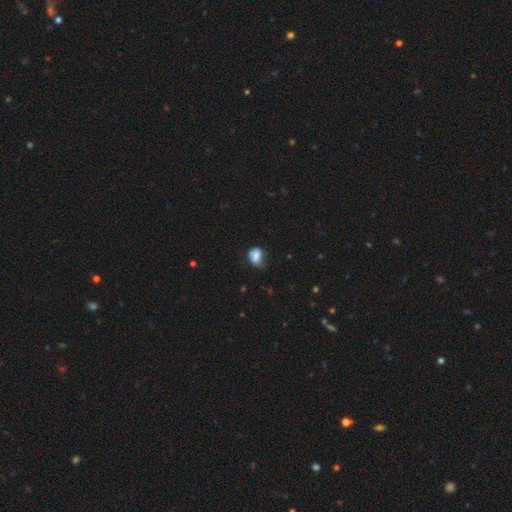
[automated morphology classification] Smooth or featured?
  - smooth: 78% *
  - featured or disk: 13%
  - star or artifact: 9%
How rounded?
  - in between: 61% *
  - round: 38%
  - cigar-shaped: 1%
Merging?
  - minor disturbance: 40% *
  - none: 38%
  - major disturbance: 18%
  - merger: 3%